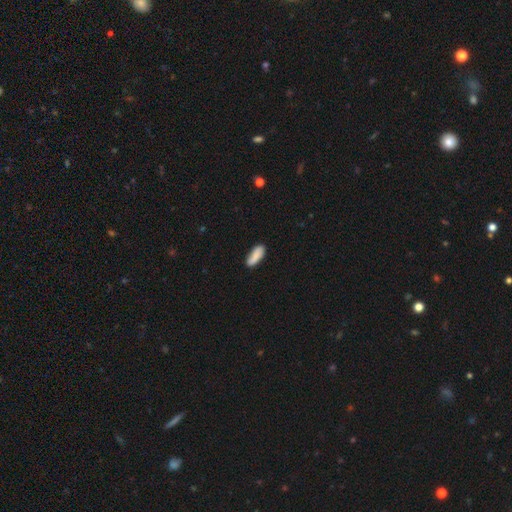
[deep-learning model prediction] Morphology: type=smooth (87%); roundness=in between (64%); merging=none (79%).